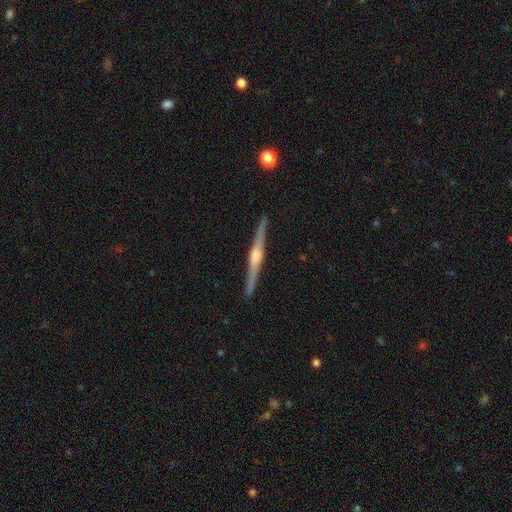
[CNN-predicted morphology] Smooth or featured: featured or disk — 86% (smooth — 10%)
Edge-on disk: yes — 99% (no — 1%)
Edge-on bulge: rounded — 83% (boxy — 11%)
Merging: none — 92% (minor disturbance — 5%)